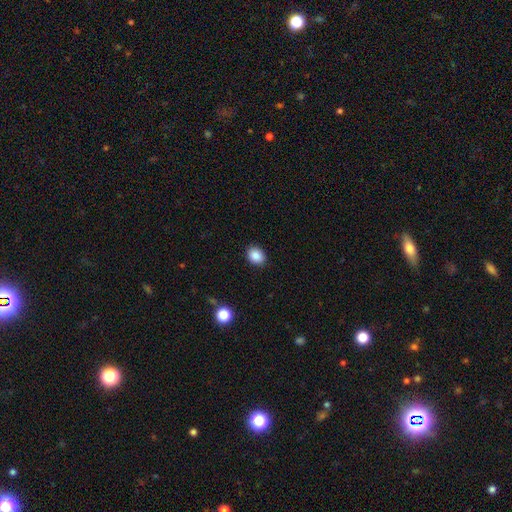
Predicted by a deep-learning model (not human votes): This appears to be a smooth galaxy with no disk features (87%) that is in between round and cigar-shaped (51%). Merging: none (88%).